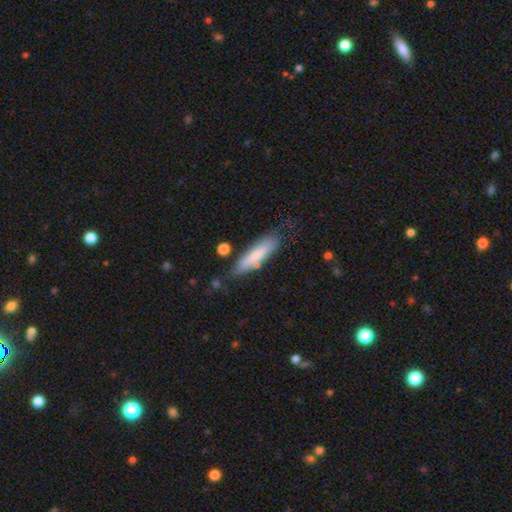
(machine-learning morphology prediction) Smooth or featured: smooth — 76% (featured or disk — 18%)
How rounded: cigar-shaped — 74% (in between — 24%)
Merging: none — 73% (minor disturbance — 18%)